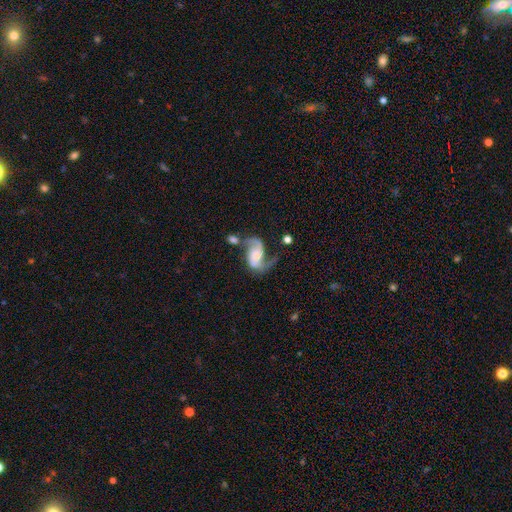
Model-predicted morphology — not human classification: A featured or disk galaxy (85%) with no bar (55%), 2 (87%) loose (52%) spiral arms (96%) and a small central bulge (32%). Merging: none (40%).